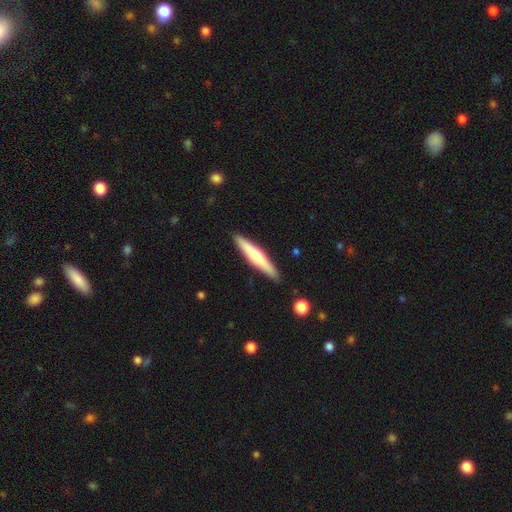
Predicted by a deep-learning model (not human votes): This is possibly a smooth galaxy (54%). How rounded: clearly cigar-shaped (91%). Merging: clearly none (89%).